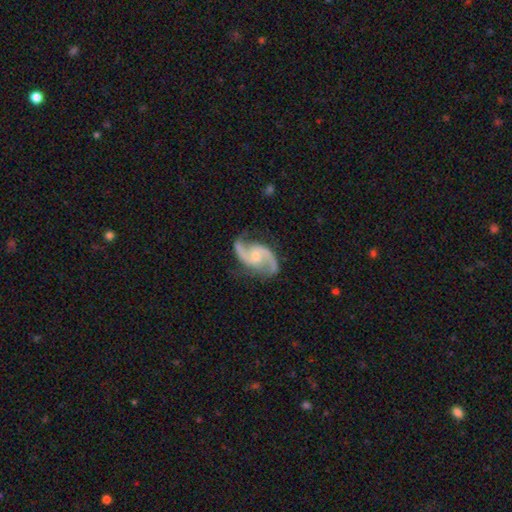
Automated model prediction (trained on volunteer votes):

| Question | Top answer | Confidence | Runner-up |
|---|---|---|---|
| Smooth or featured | featured or disk | 93% | star or artifact (4%) |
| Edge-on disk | no | 98% | yes (2%) |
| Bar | no | 52% | weak (39%) |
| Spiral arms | yes | 98% | no (2%) |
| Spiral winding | medium | 50% | loose (41%) |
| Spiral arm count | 2 | 94% | 3 (2%) |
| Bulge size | small | 54% | moderate (33%) |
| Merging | none | 77% | minor disturbance (15%) |